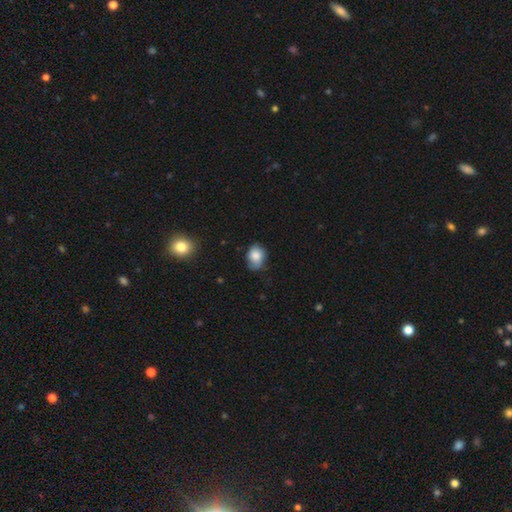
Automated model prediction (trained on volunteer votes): Q: Smooth or featured?
A: smooth (81%); runner-up: featured or disk (11%)
Q: How rounded?
A: in between (67%); runner-up: round (32%)
Q: Merging?
A: none (59%); runner-up: minor disturbance (33%)